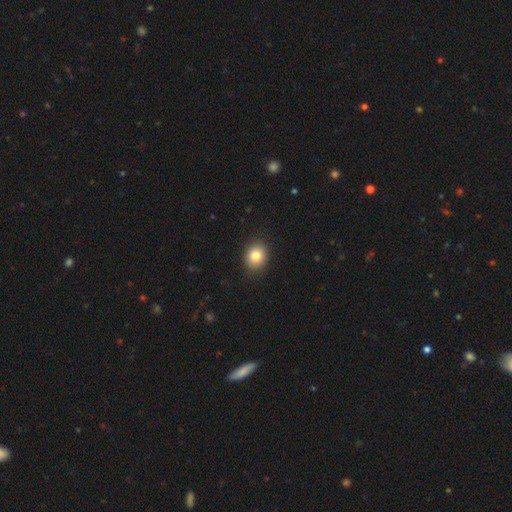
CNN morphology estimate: type=smooth (83%); roundness=round (56%); merging=none (89%).